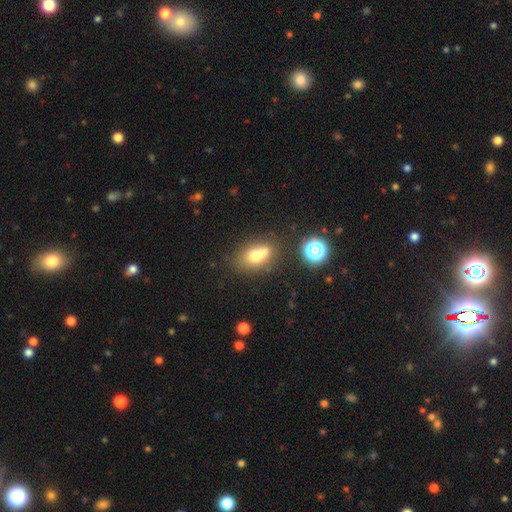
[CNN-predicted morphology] smooth 65%, featured or disk 22%, star or artifact 14%. Down the decision tree: how rounded — in between (63%); merging — merger (49%).